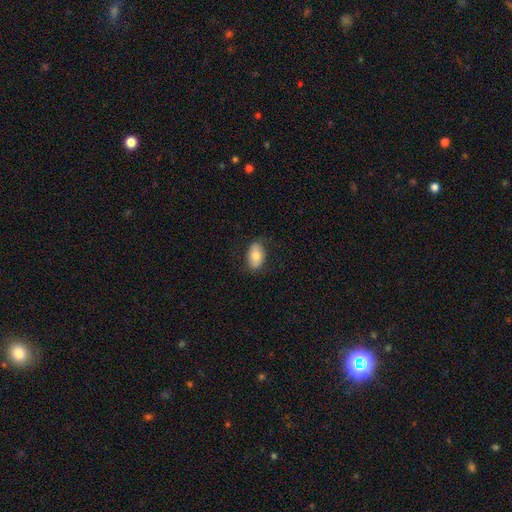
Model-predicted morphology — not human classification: Smooth or featured: smooth — 74% (featured or disk — 19%)
How rounded: in between — 91% (round — 7%)
Merging: none — 79% (minor disturbance — 16%)